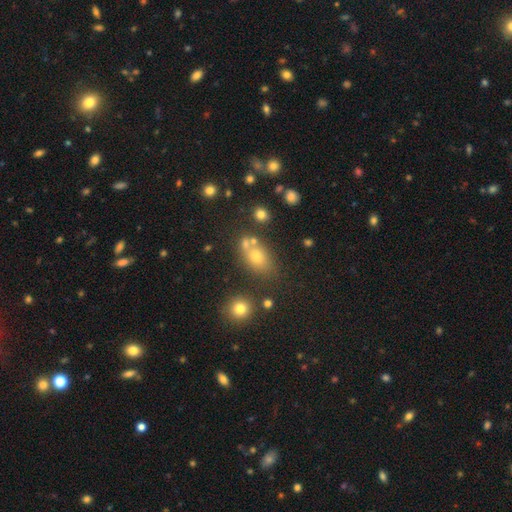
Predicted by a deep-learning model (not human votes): A smooth galaxy with no disk features (68%) that is in between round and cigar-shaped (71%). Merging: none (56%).